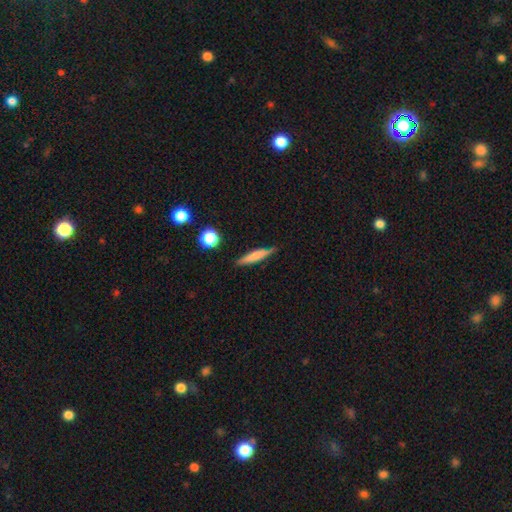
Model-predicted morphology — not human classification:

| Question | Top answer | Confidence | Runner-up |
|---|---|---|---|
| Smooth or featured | smooth | 61% | featured or disk (31%) |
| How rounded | cigar-shaped | 86% | in between (11%) |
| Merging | none | 79% | minor disturbance (16%) |